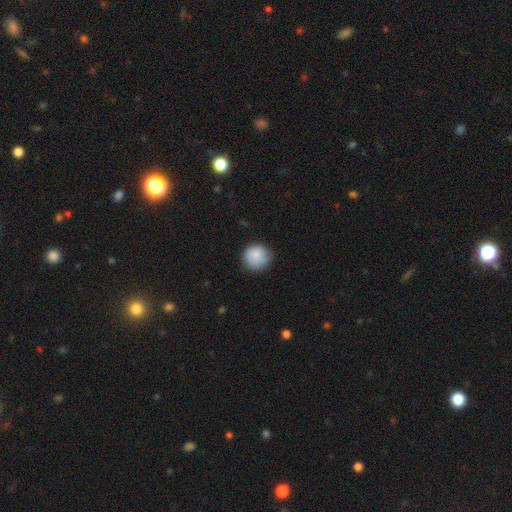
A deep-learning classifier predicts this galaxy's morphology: The model was most divided on "merging": none: 83%, minor disturbance: 13%, major disturbance: 3%, merger: 1%. More confident: how rounded — round (93%); smooth or featured — smooth (87%).